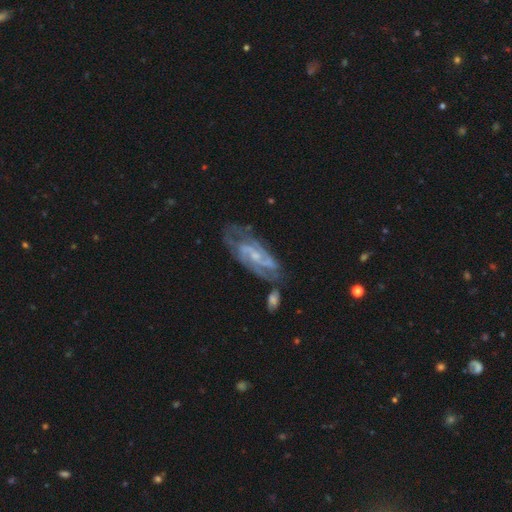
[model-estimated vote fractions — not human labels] Q: Smooth or featured?
A: featured or disk (82%); runner-up: smooth (11%)
Q: Edge-on disk?
A: no (91%); runner-up: yes (9%)
Q: Bar?
A: weak (44%); runner-up: no (41%)
Q: Spiral arms?
A: yes (89%); runner-up: no (11%)
Q: Spiral winding?
A: medium (45%); runner-up: tight (38%)
Q: Spiral arm count?
A: 2 (57%); runner-up: can't tell (25%)
Q: Bulge size?
A: small (64%); runner-up: moderate (26%)
Q: Merging?
A: none (56%); runner-up: minor disturbance (21%)